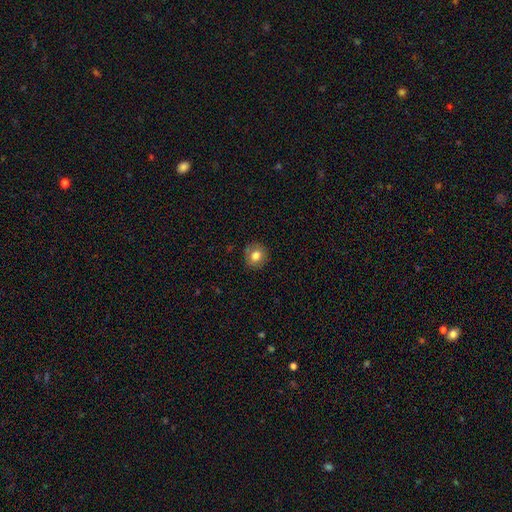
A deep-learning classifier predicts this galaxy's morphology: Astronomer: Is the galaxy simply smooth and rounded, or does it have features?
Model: smooth — 78%.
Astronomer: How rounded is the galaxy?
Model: round — 85%.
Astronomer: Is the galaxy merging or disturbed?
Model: none — 87%.